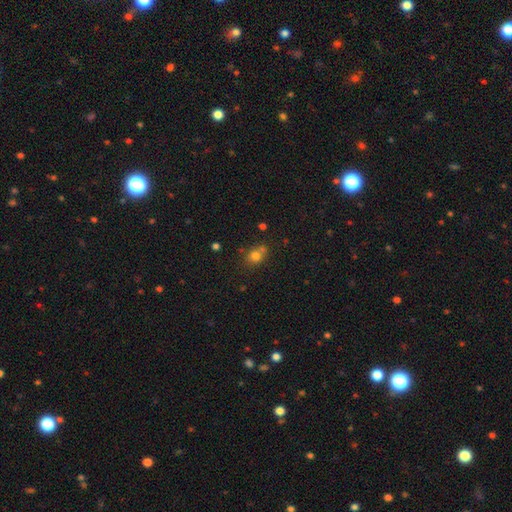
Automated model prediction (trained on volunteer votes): The model was most divided on "merging": none: 57%, merger: 25%, minor disturbance: 14%, major disturbance: 4%. More confident: smooth or featured — smooth (75%); how rounded — round (68%).